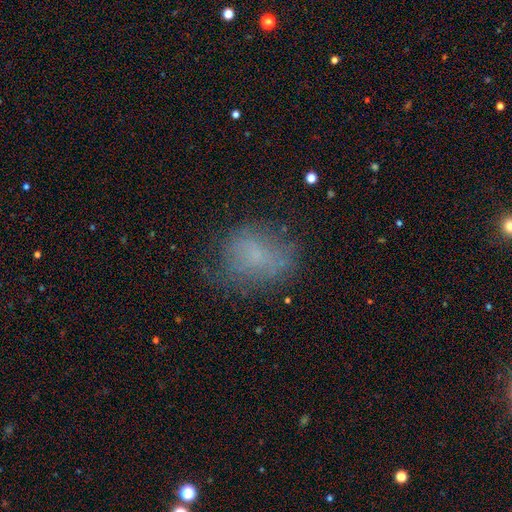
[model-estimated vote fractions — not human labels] Smooth or featured? Predicted: smooth (p=0.62). How rounded? Predicted: in between (p=0.52). Merging? Predicted: none (p=0.58).